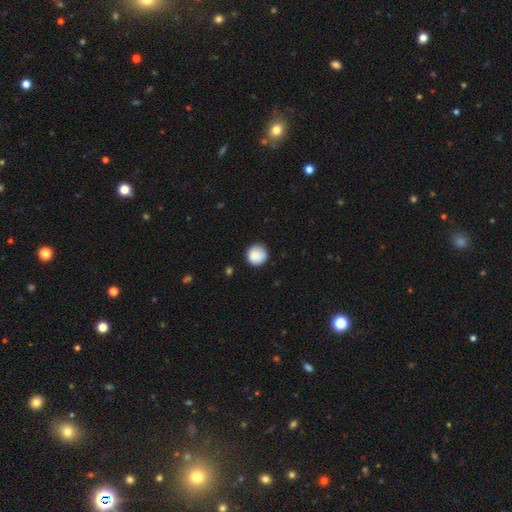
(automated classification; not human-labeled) smooth-or-featured: smooth: 87% | star or artifact: 8% | featured or disk: 5%
  how-rounded: round: 93% | in between: 6% | cigar-shaped: 1%
  merging: none: 83% | minor disturbance: 13% | major disturbance: 3% | merger: 1%